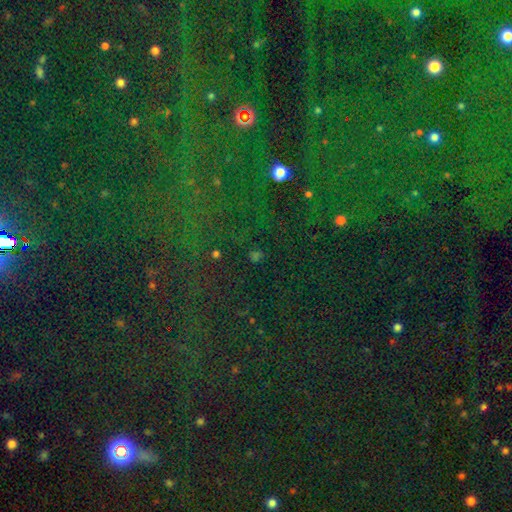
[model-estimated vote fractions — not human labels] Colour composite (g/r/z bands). It shows a star or artifact, not a galaxy (53%).